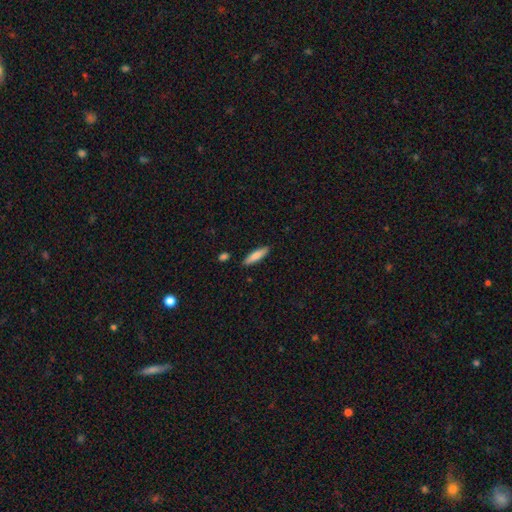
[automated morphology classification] Smooth or featured: smooth — 80% (featured or disk — 15%)
How rounded: cigar-shaped — 74% (in between — 25%)
Merging: none — 88% (minor disturbance — 9%)